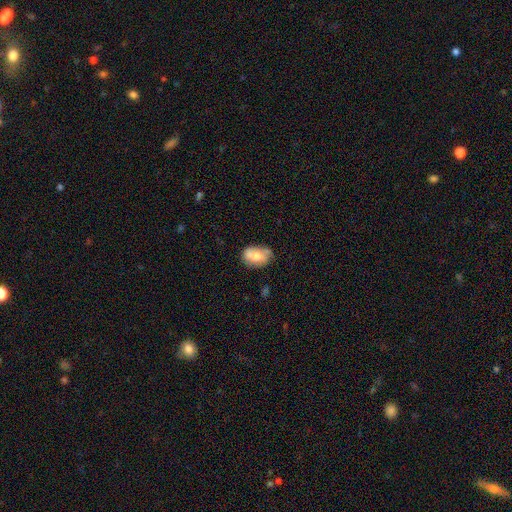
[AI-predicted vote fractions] smooth_or_featured: smooth (p=0.63) [alt: featured or disk p=0.30]
how_rounded: in between (p=0.82) [alt: round p=0.17]
merging: none (p=0.58) [alt: minor disturbance p=0.30]